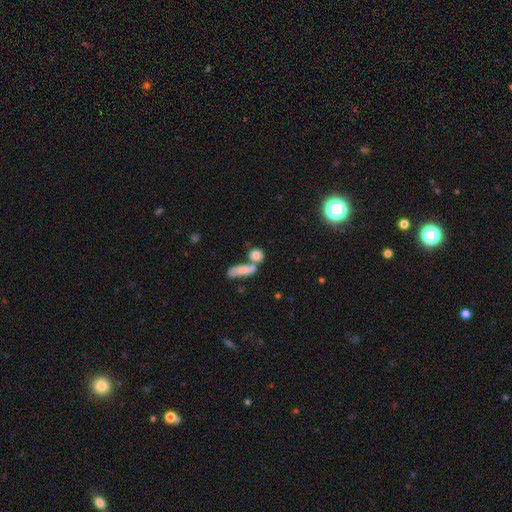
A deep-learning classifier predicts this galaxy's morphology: Smooth or featured: smooth — 78% (featured or disk — 12%)
How rounded: round — 45% (in between — 36%)
Merging: none — 44% (merger — 39%)